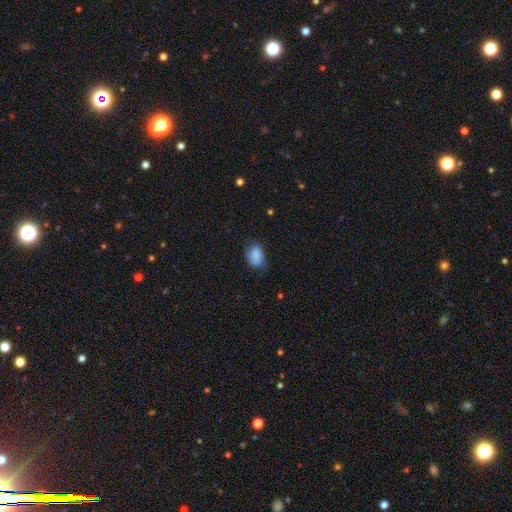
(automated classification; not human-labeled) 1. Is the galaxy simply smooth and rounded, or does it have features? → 80% smooth, 12% featured or disk, 8% star or artifact.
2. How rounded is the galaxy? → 84% in between, 14% round, 2% cigar-shaped.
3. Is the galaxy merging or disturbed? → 60% none, 30% minor disturbance, 8% major disturbance, 3% merger.